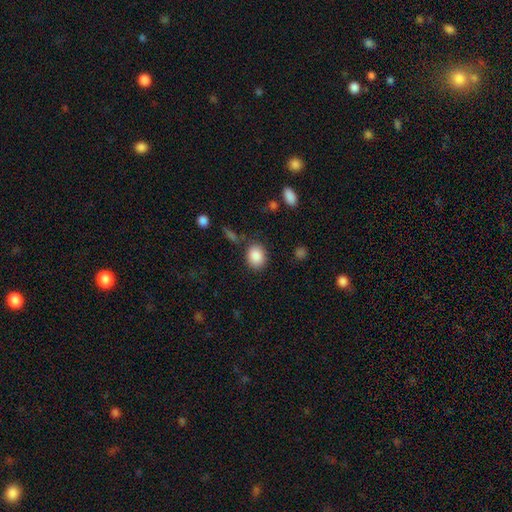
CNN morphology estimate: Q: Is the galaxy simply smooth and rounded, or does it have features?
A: smooth — 88%.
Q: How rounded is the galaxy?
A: in between — 56%.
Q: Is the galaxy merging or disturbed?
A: none — 81%.